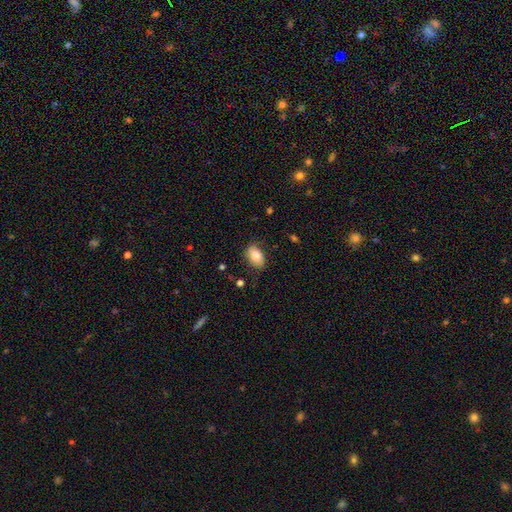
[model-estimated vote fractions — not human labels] A smooth galaxy with no disk features (81%) that is in between round and cigar-shaped (88%). Merging: none (70%).